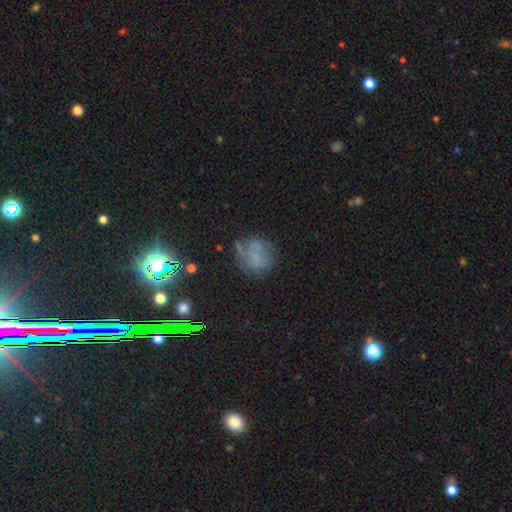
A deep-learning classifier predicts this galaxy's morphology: Smooth or featured? smooth (45%)
Merging? none (52%)